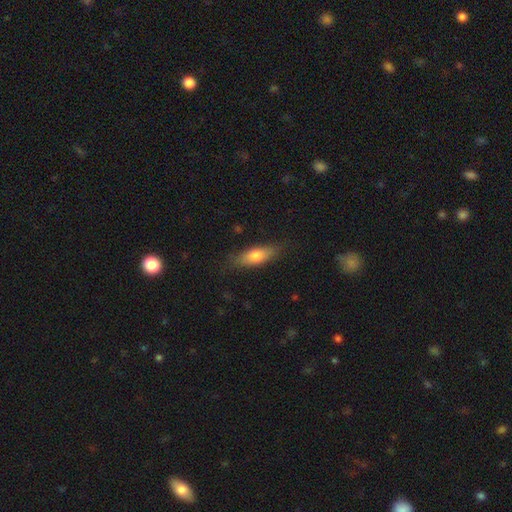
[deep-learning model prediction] Smooth or featured? Predicted: smooth (p=0.73). How rounded? Predicted: in between (p=0.61). Merging? Predicted: none (p=0.79).